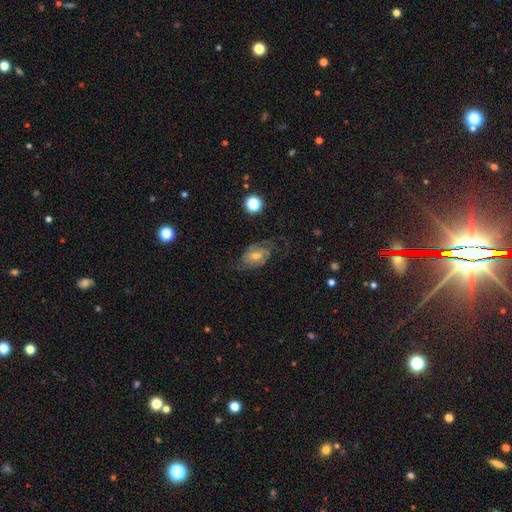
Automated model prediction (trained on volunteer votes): Smooth or featured? featured or disk (70%)
Edge-on disk? no (96%)
Bar? no (48%)
Spiral arms? yes (90%)
Spiral winding? medium (46%)
Spiral arm count? 2 (70%)
Bulge size? moderate (47%)
Merging? none (61%)